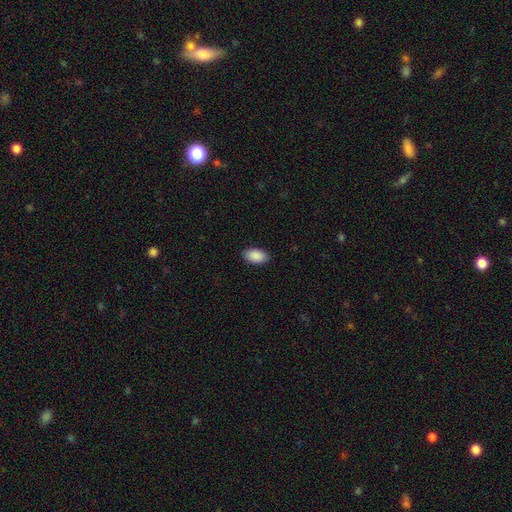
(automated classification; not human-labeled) Smooth or featured? smooth (90%)
How rounded? in between (94%)
Merging? none (88%)